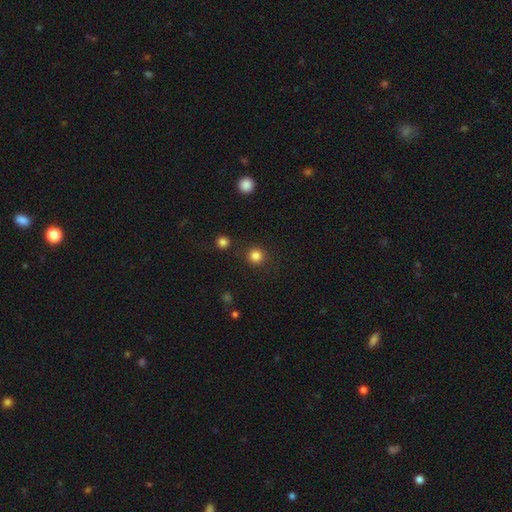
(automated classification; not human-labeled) Overall: smooth (84%). How rounded: round (94%). Merging: none (90%).